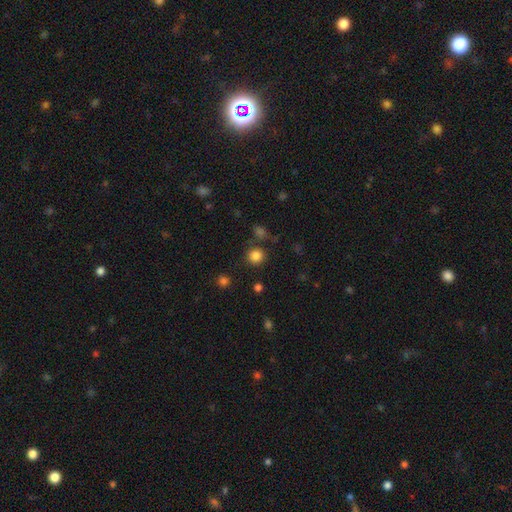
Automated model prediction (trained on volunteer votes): smooth 83%, star or artifact 13%, featured or disk 4%. Down the decision tree: how rounded — round (92%); merging — none (84%).